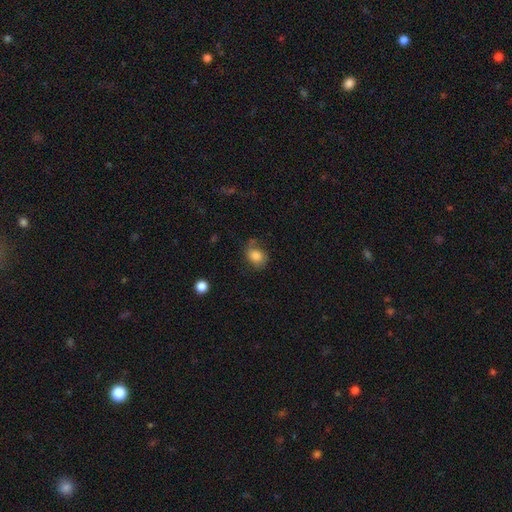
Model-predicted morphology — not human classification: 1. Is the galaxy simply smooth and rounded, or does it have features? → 79% smooth, 11% featured or disk, 9% star or artifact.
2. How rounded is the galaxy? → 51% in between, 48% round, 1% cigar-shaped.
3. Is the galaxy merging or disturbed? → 58% none, 26% minor disturbance, 12% major disturbance, 4% merger.